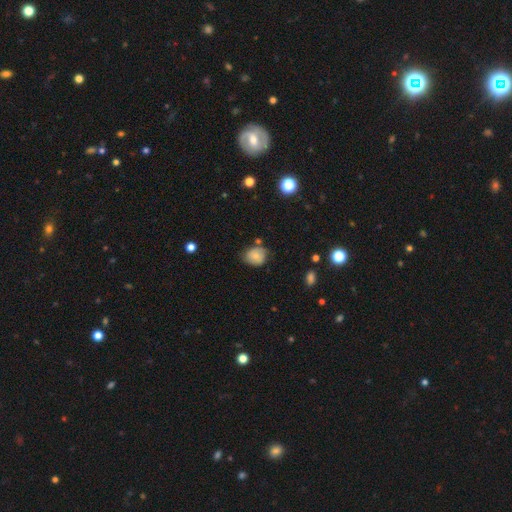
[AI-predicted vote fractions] Smooth or featured: smooth — 73% (featured or disk — 17%)
How rounded: round — 65% (in between — 34%)
Merging: none — 62% (minor disturbance — 27%)